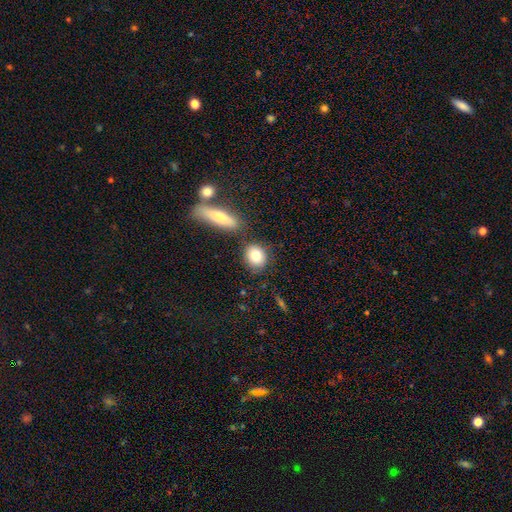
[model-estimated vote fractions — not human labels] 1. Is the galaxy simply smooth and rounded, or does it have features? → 81% smooth, 11% featured or disk, 8% star or artifact.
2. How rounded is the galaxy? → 65% round, 33% in between, 3% cigar-shaped.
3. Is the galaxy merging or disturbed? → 73% none, 12% merger, 11% minor disturbance, 4% major disturbance.